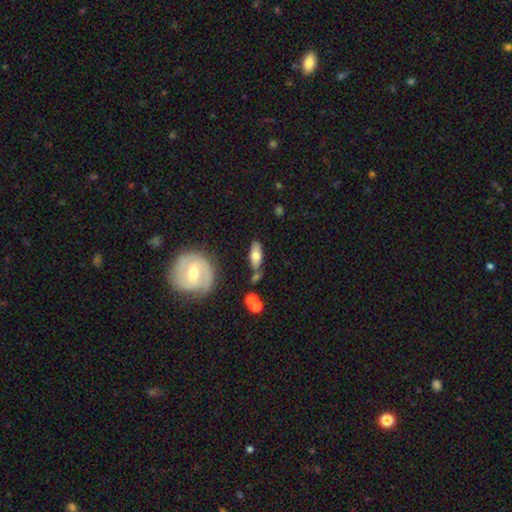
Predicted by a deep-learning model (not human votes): A smooth galaxy with no disk features (67%) that is in between round and cigar-shaped (77%).

Vote fractions:
- Smooth or featured? smooth: 67% / featured or disk: 26% / star or artifact: 7%
- How rounded? in between: 77% / cigar-shaped: 18% / round: 4%
- Merging? none: 66% / minor disturbance: 19% / merger: 10% / major disturbance: 5%